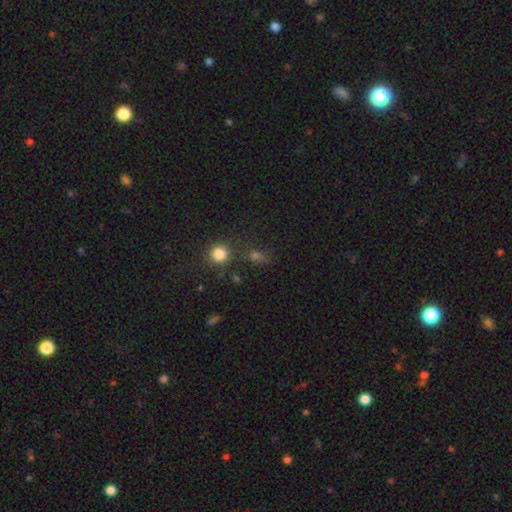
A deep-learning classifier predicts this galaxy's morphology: A smooth galaxy with no disk features (57%) that is round (69%). Merging: none (66%).